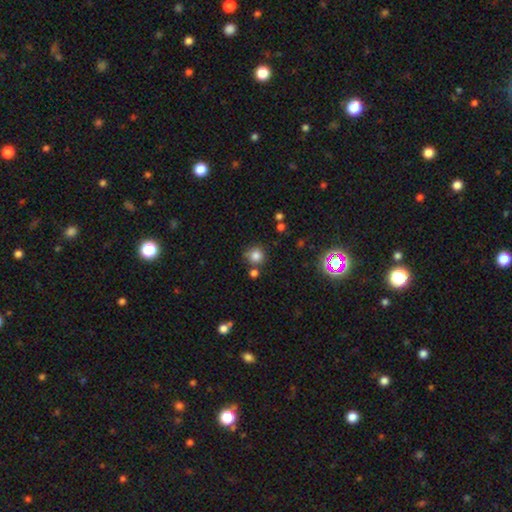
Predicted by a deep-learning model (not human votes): Smooth or featured? smooth (81%)
How rounded? round (92%)
Merging? none (73%)